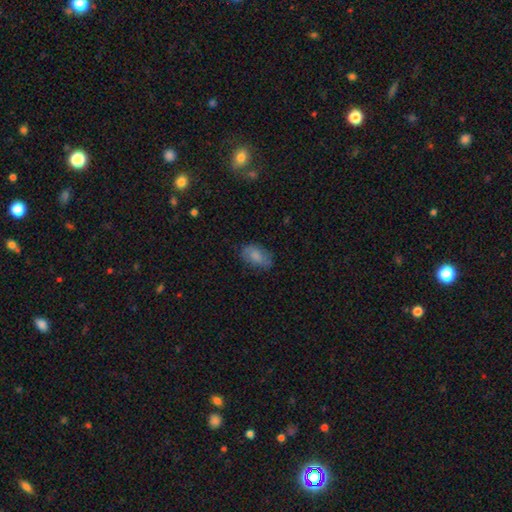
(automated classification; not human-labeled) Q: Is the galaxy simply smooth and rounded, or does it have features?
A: smooth — 79%.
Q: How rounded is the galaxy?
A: in between — 91%.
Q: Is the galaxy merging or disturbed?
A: none — 71%.